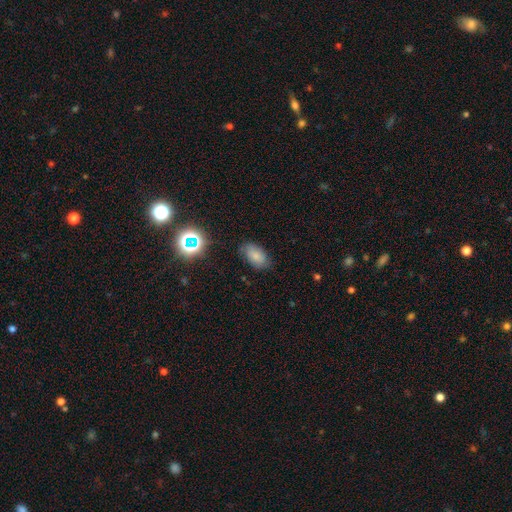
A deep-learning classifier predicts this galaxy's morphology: A smooth galaxy with no disk features (75%) that is in between round and cigar-shaped (91%).

Vote fractions:
- Smooth or featured? smooth: 75% / star or artifact: 13% / featured or disk: 12%
- How rounded? in between: 91% / round: 7% / cigar-shaped: 2%
- Merging? none: 75% / minor disturbance: 19% / major disturbance: 5% / merger: 2%